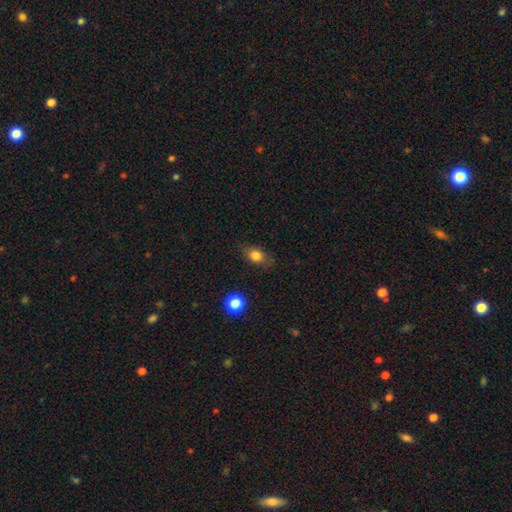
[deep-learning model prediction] smooth 79%, featured or disk 11%, star or artifact 10%. Down the decision tree: how rounded — in between (68%); merging — none (76%).